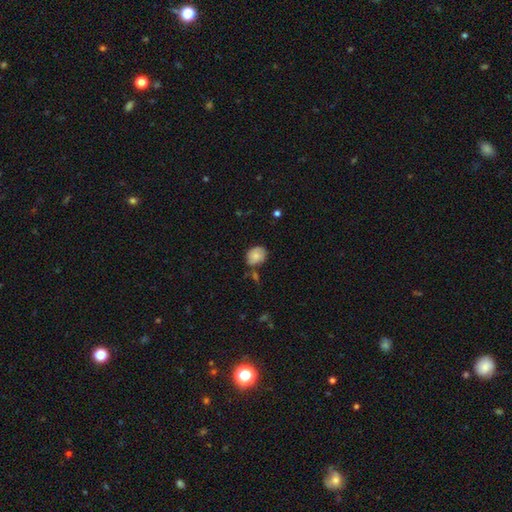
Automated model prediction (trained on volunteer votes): The model was most divided on "how rounded": in between: 52%, round: 47%, cigar-shaped: 1%. More confident: smooth or featured — smooth (75%); merging — none (61%).